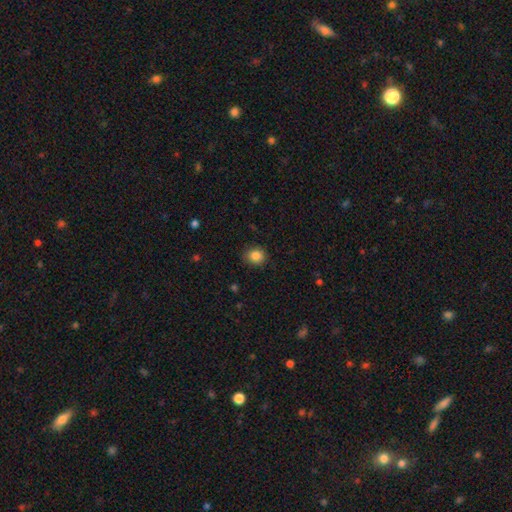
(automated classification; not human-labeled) Q: Smooth or featured?
A: smooth (85%); runner-up: star or artifact (10%)
Q: How rounded?
A: round (73%); runner-up: in between (26%)
Q: Merging?
A: none (88%); runner-up: minor disturbance (9%)